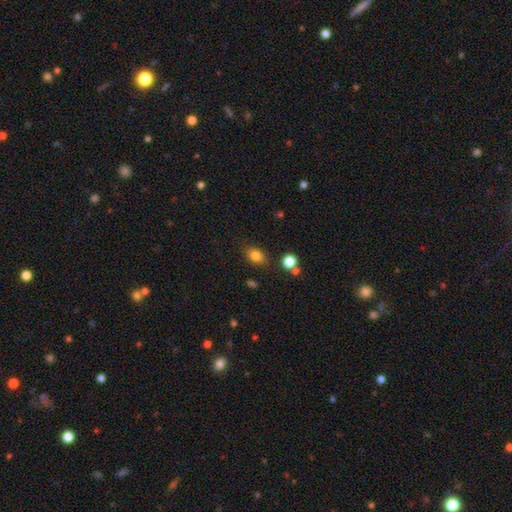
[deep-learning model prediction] A smooth galaxy with no disk features (82%) that is in between round and cigar-shaped (70%). Merging: none (81%).